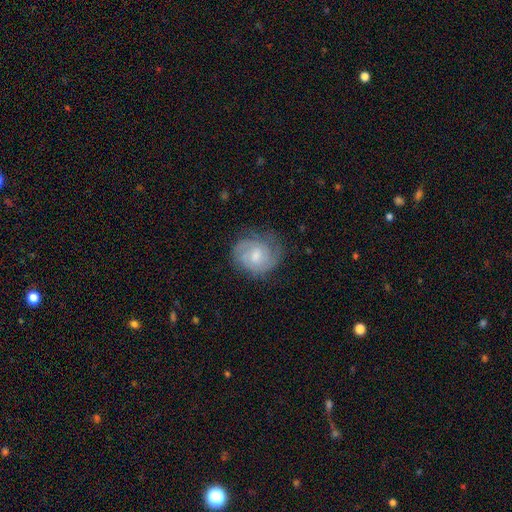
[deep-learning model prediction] Q: Smooth or featured?
A: featured or disk (65%); runner-up: smooth (28%)
Q: Edge-on disk?
A: no (98%); runner-up: yes (2%)
Q: Bar?
A: weak (50%); runner-up: no (43%)
Q: Spiral arms?
A: yes (89%); runner-up: no (11%)
Q: Spiral winding?
A: tight (52%); runner-up: medium (37%)
Q: Spiral arm count?
A: 2 (41%); runner-up: can't tell (32%)
Q: Bulge size?
A: moderate (46%); runner-up: small (40%)
Q: Merging?
A: none (65%); runner-up: minor disturbance (23%)